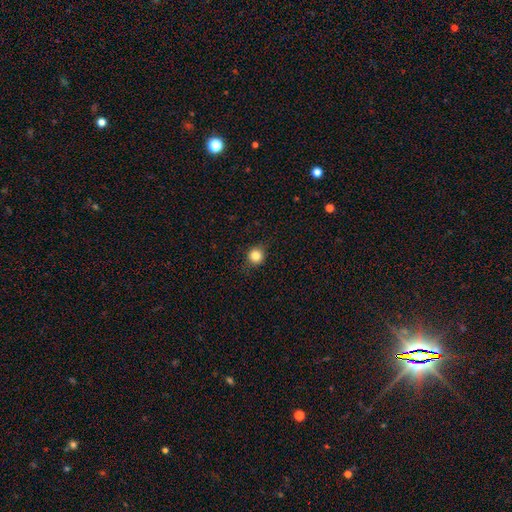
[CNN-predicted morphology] smooth-or-featured: smooth: 84% | star or artifact: 11% | featured or disk: 5%
  how-rounded: round: 92% | in between: 7% | cigar-shaped: 1%
  merging: none: 88% | minor disturbance: 8% | major disturbance: 2% | merger: 1%